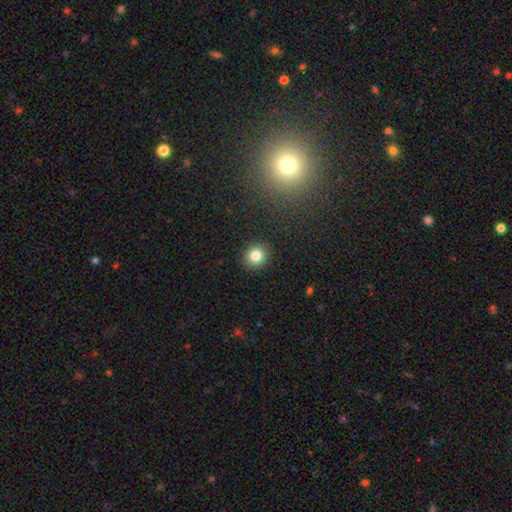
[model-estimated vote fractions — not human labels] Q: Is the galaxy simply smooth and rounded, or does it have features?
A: smooth — 83%.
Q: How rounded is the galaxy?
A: round — 88%.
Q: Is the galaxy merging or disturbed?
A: none — 92%.